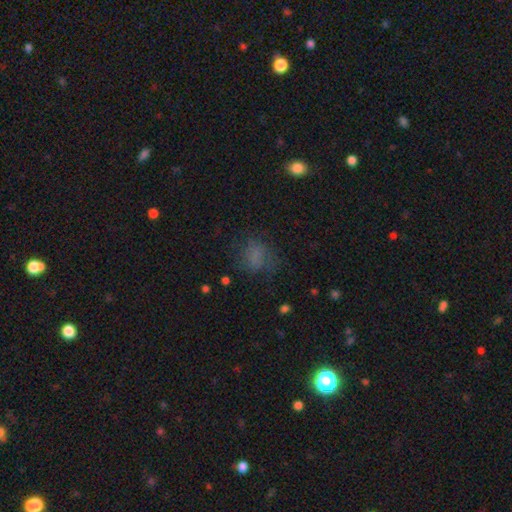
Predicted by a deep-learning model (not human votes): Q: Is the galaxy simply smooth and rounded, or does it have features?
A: smooth — 69%.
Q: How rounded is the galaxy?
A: round — 50%.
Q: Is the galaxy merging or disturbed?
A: none — 59%.